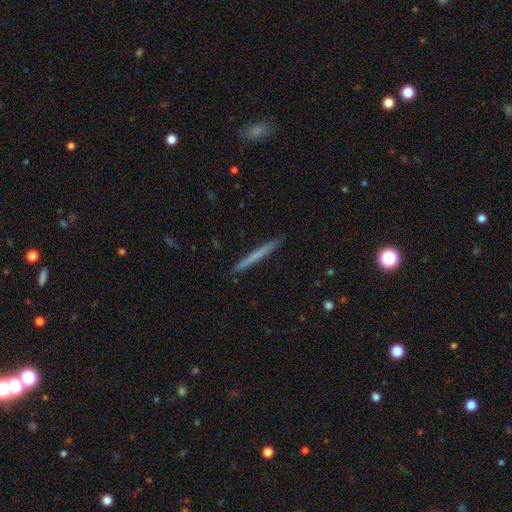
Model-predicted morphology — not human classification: Smooth or featured? Predicted: smooth (p=0.58). How rounded? Predicted: cigar-shaped (p=0.97). Merging? Predicted: none (p=0.92).